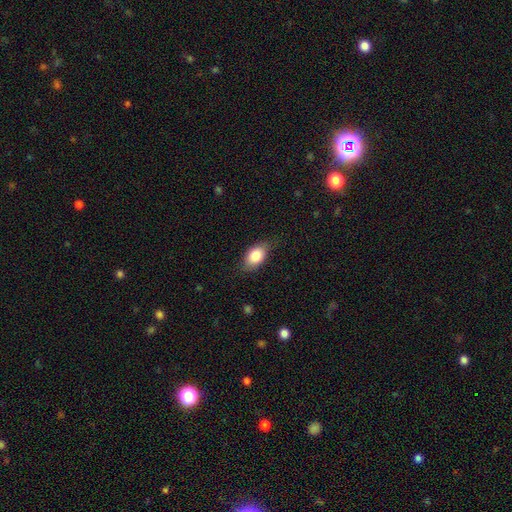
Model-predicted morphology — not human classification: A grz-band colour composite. It shows a smooth galaxy with no disk features (81%) that is in between round and cigar-shaped (87%). Merging: none (76%).